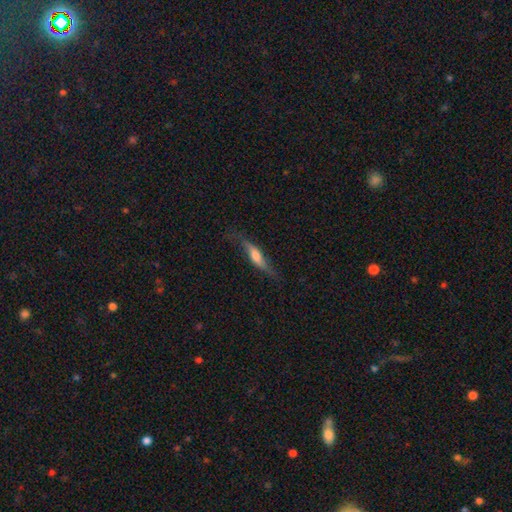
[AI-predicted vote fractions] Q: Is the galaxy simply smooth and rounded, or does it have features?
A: featured or disk — 53%.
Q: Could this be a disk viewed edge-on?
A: yes — 69%.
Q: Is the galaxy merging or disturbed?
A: none — 63%.